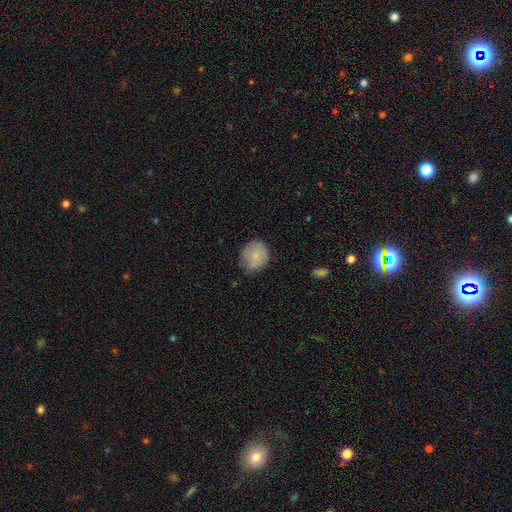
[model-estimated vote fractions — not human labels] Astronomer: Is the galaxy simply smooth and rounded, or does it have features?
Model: smooth — 82%.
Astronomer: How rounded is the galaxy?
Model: round — 79%.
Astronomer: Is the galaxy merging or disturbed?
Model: none — 76%.